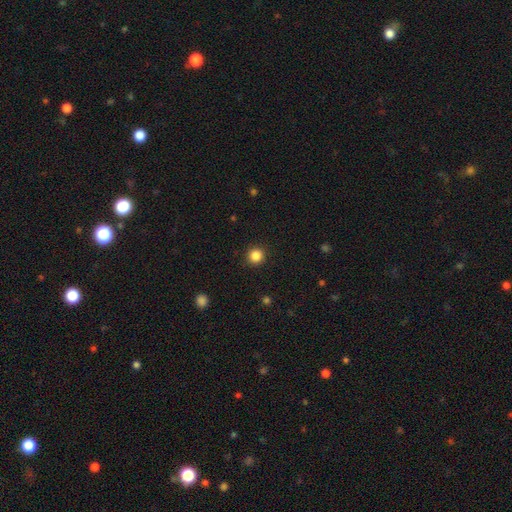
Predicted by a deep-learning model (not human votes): Overall: smooth (86%). How rounded: round (95%). Merging: none (92%).